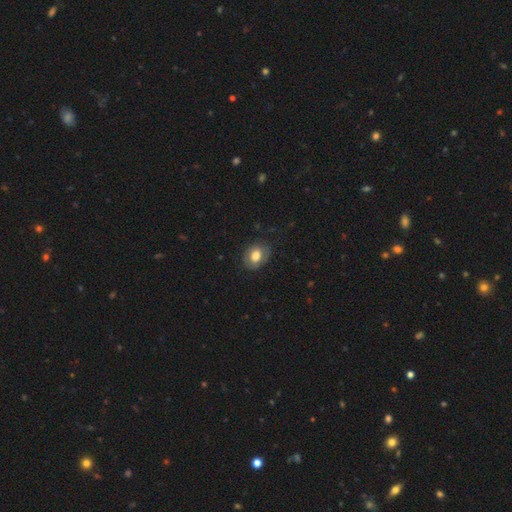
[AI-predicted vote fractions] A smooth galaxy with no disk features (67%) that is in between round and cigar-shaped (66%). Merging: none (76%).